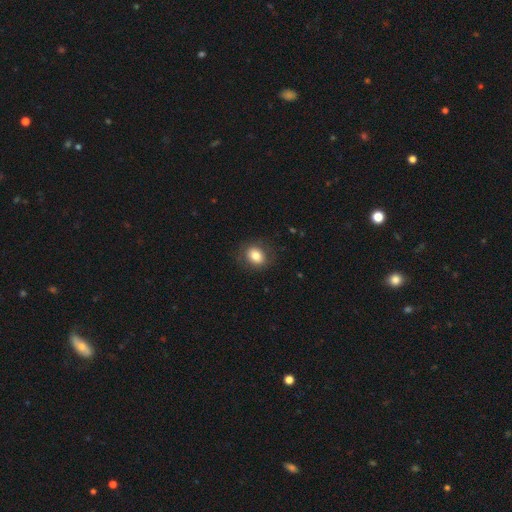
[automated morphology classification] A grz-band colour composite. It shows a smooth galaxy with no disk features (81%) that is round (50%). Merging: none (82%).